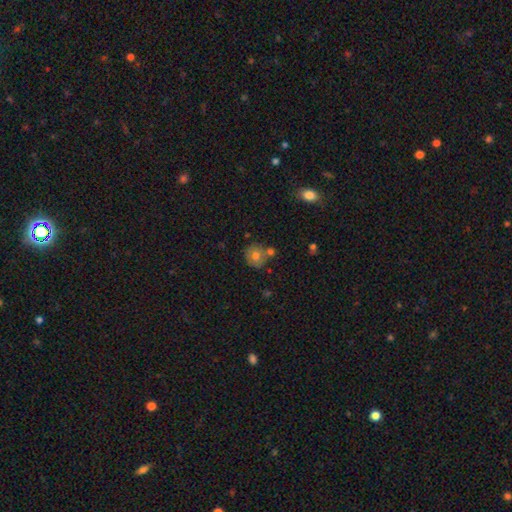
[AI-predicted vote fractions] A smooth galaxy with no disk features (68%) that is round (87%).

Vote fractions:
- Smooth or featured? smooth: 68% / featured or disk: 22% / star or artifact: 10%
- How rounded? round: 87% / in between: 12% / cigar-shaped: 1%
- Merging? none: 61% / merger: 22% / minor disturbance: 14% / major disturbance: 4%